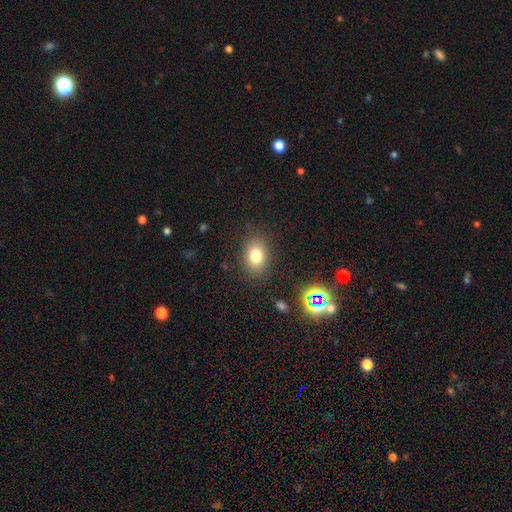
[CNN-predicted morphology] Smooth or featured?
  - smooth: 78% *
  - star or artifact: 12%
  - featured or disk: 10%
How rounded?
  - in between: 73% *
  - round: 26%
  - cigar-shaped: 1%
Merging?
  - none: 84% *
  - minor disturbance: 11%
  - major disturbance: 4%
  - merger: 1%